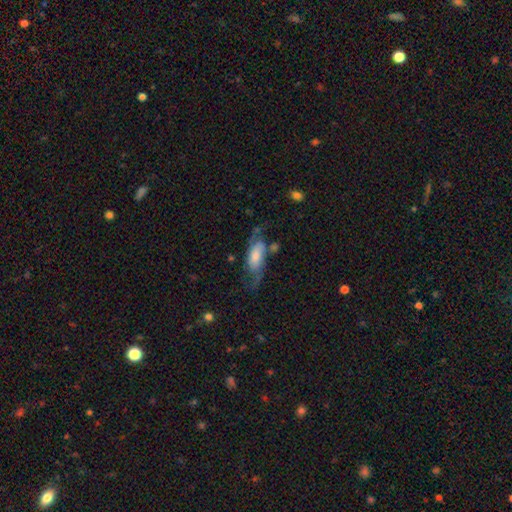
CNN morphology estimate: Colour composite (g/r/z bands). It shows a featured or disk galaxy (62%) with no bar (53%), spiral arms (89%) and a moderate central bulge (34%). Merging: none (47%).